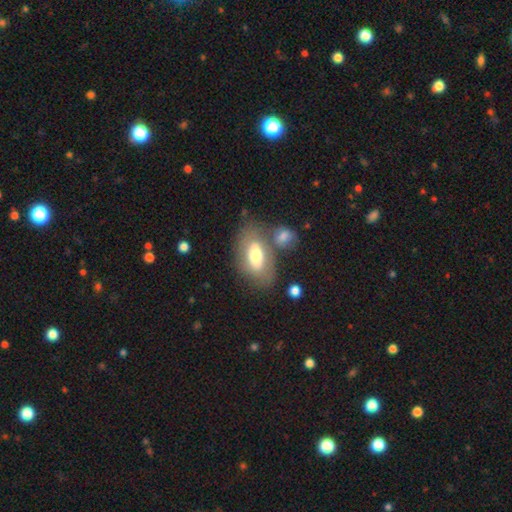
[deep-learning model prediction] This is possibly a smooth galaxy (57%). How rounded: clearly in between (90%). Merging: possibly none (56%).